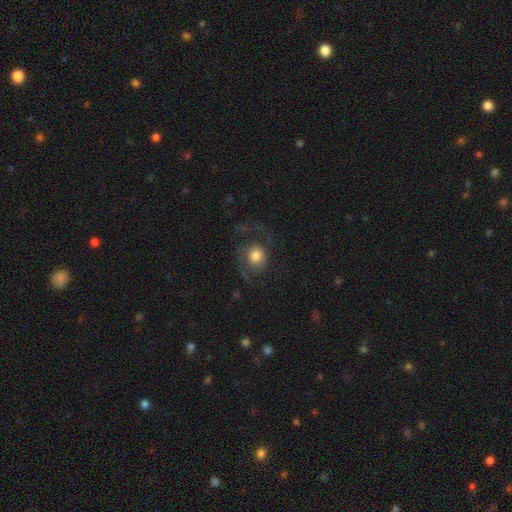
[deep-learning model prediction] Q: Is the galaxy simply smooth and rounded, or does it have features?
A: featured or disk — 52%.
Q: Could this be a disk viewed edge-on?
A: no — 97%.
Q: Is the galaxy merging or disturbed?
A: none — 47%.